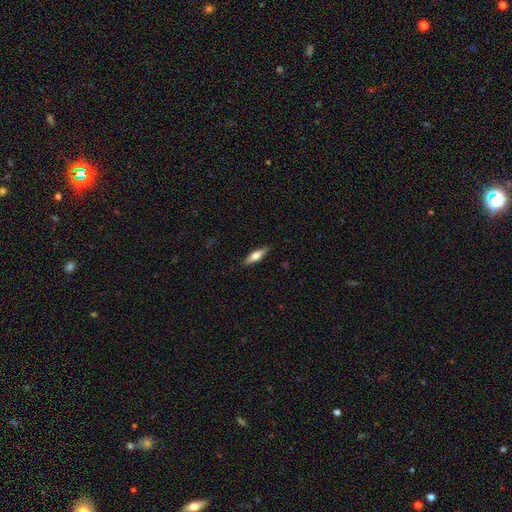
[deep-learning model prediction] Smooth or featured? Predicted: smooth (p=0.59). How rounded? Predicted: cigar-shaped (p=0.59). Merging? Predicted: none (p=0.89).